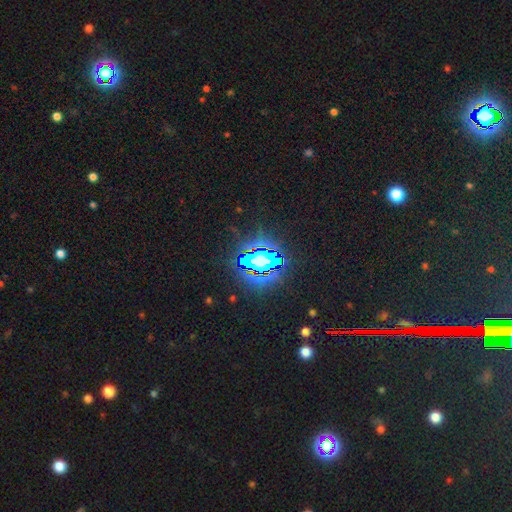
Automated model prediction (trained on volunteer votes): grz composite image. It shows a star or artifact, not a galaxy (69%).